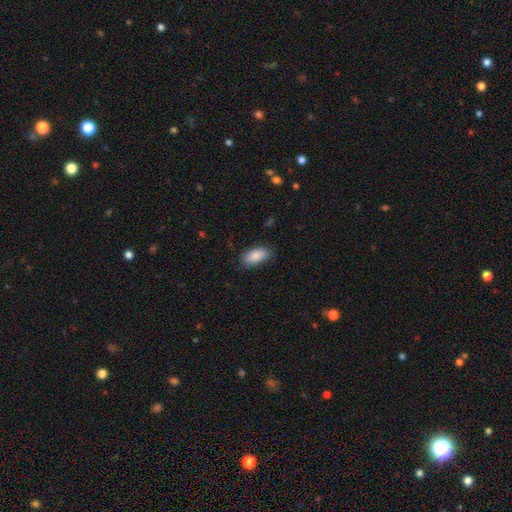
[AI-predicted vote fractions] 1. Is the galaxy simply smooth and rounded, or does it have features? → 88% smooth, 6% star or artifact, 5% featured or disk.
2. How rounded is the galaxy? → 92% in between, 5% cigar-shaped, 3% round.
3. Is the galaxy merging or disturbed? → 83% none, 13% minor disturbance, 3% major disturbance, 1% merger.